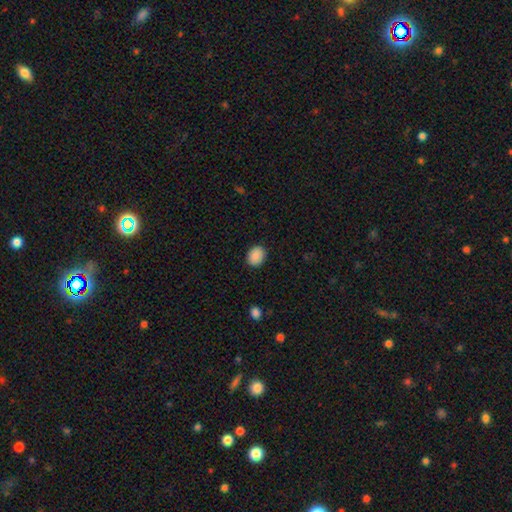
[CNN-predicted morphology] smooth 90%, star or artifact 8%, featured or disk 3%. Down the decision tree: how rounded — in between (56%); merging — none (89%).